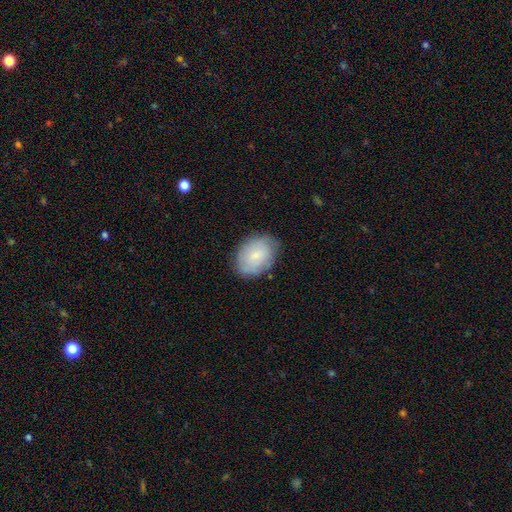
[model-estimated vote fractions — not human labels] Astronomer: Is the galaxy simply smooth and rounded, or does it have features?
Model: smooth — 72%.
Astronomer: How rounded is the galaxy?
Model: in between — 79%.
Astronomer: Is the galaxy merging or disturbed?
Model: none — 76%.